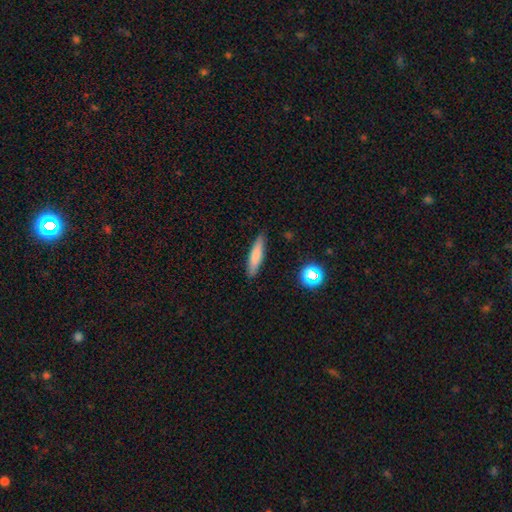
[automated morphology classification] Smooth or featured?
  - smooth: 76% *
  - featured or disk: 16%
  - star or artifact: 8%
How rounded?
  - cigar-shaped: 82% *
  - in between: 16%
  - round: 2%
Merging?
  - none: 88% *
  - minor disturbance: 9%
  - major disturbance: 2%
  - merger: 1%